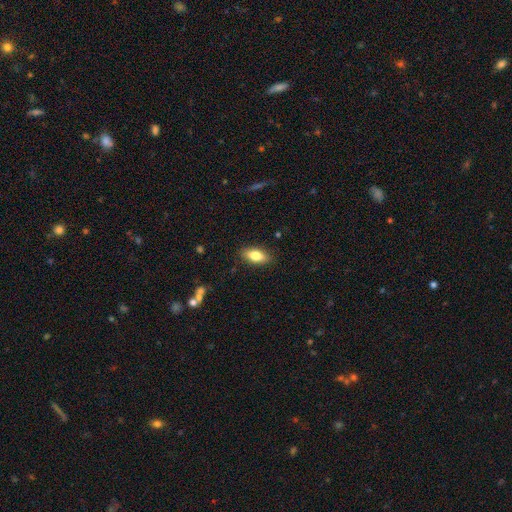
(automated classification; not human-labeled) Q: Smooth or featured?
A: smooth (81%); runner-up: featured or disk (12%)
Q: How rounded?
A: in between (85%); runner-up: cigar-shaped (11%)
Q: Merging?
A: none (86%); runner-up: minor disturbance (10%)